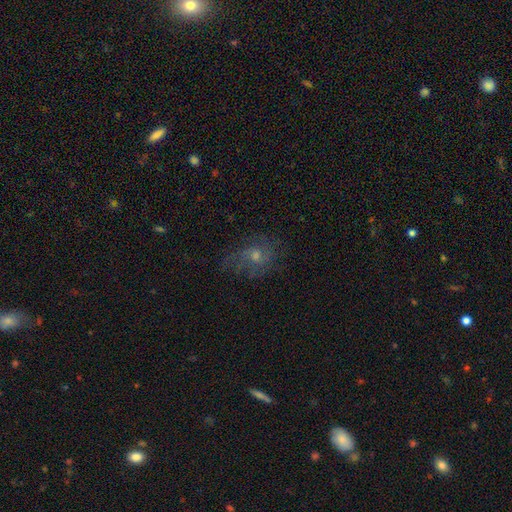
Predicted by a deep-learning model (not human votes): This is possibly a featured or disk galaxy (49%). Merging: likely none (62%).